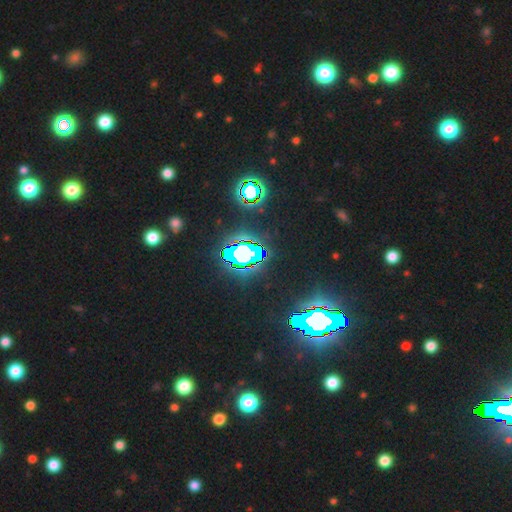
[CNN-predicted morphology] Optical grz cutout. It shows a star or artifact, not a galaxy (81%).